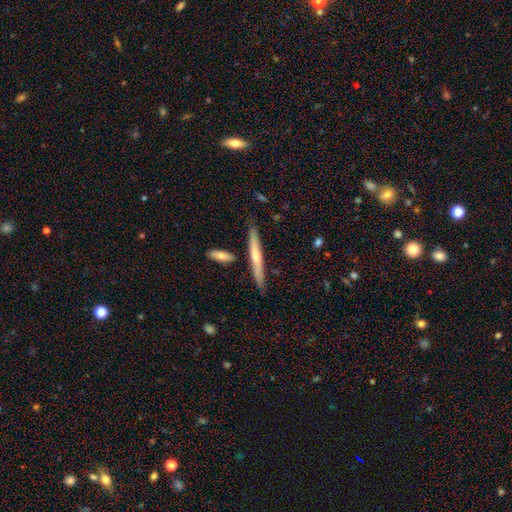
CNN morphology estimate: Overall: featured or disk (50%; smooth 44%). Edge-on disk: yes (94%). Merging: none (80%).